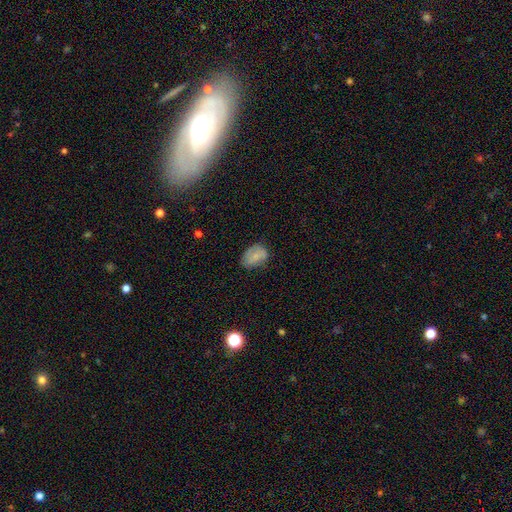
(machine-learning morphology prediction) smooth 75%, featured or disk 17%, star or artifact 8%. Down the decision tree: how rounded — in between (77%); merging — none (57%).